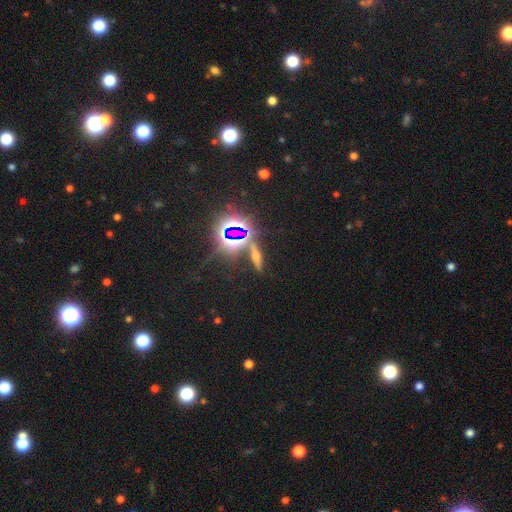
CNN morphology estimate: Overall: star or artifact (46%; smooth 30%).